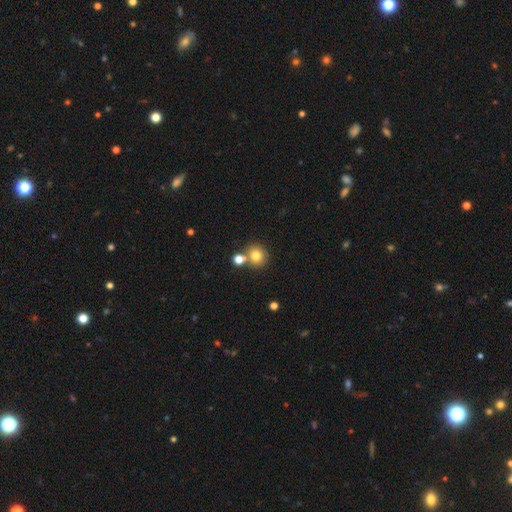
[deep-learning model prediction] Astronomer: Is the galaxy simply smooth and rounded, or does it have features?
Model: smooth — 77%.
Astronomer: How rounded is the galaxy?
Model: round — 86%.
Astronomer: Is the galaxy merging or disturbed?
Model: none — 62%.